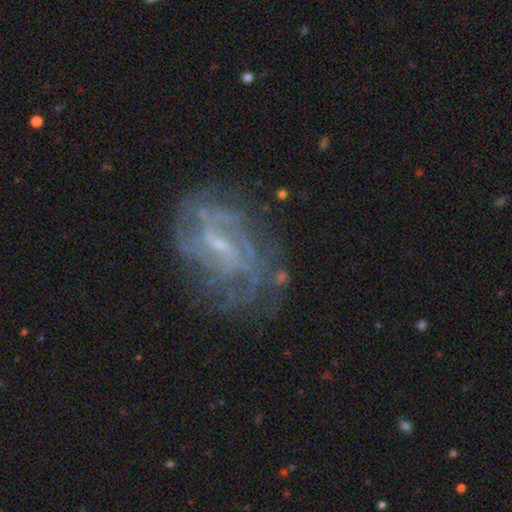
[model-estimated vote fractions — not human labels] This appears to be a featured or disk galaxy (77%) with a weak bar (52%), tight (52%) spiral arms (88%) and a small central bulge (61%). Merging: none (71%).